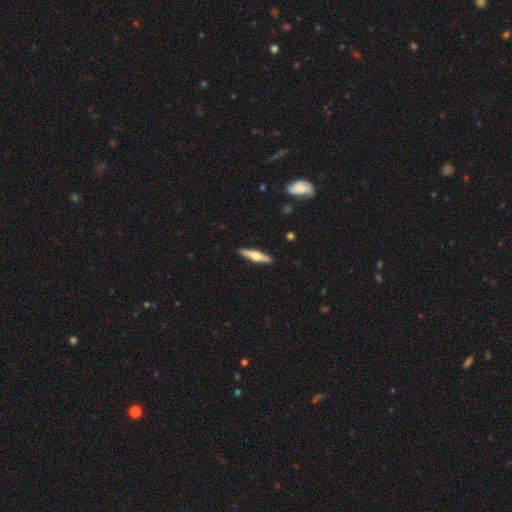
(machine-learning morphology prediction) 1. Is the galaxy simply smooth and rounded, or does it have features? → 64% featured or disk, 31% smooth, 5% star or artifact.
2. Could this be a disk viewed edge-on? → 97% yes, 3% no.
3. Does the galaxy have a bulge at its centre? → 93% rounded, 4% boxy, 2% none.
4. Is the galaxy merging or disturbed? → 91% none, 6% minor disturbance, 1% major disturbance, 1% merger.